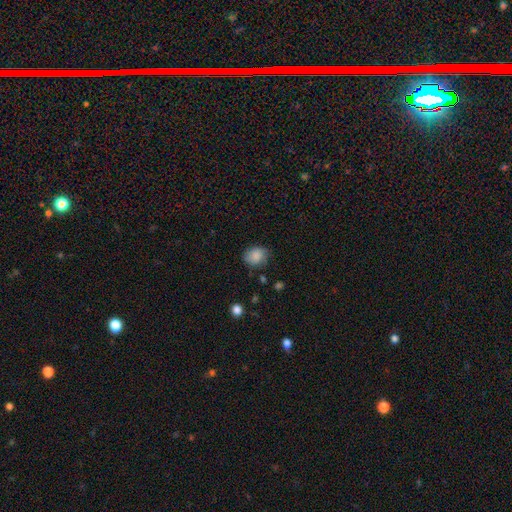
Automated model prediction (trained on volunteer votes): smooth 83%, featured or disk 9%, star or artifact 8%. Down the decision tree: how rounded — round (51%); merging — none (70%).